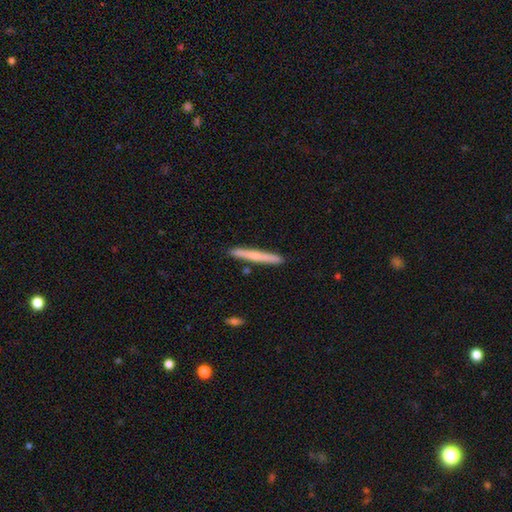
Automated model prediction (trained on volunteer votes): Smooth or featured: smooth — 57% (featured or disk — 37%)
How rounded: cigar-shaped — 97% (in between — 2%)
Merging: none — 90% (minor disturbance — 7%)